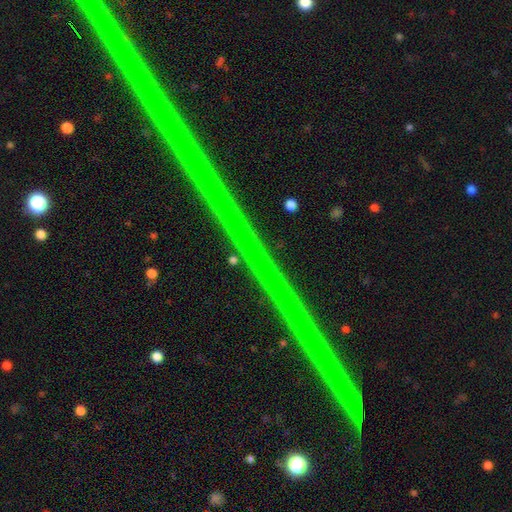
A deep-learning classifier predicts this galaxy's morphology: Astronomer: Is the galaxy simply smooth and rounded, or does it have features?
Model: star or artifact — 87%.